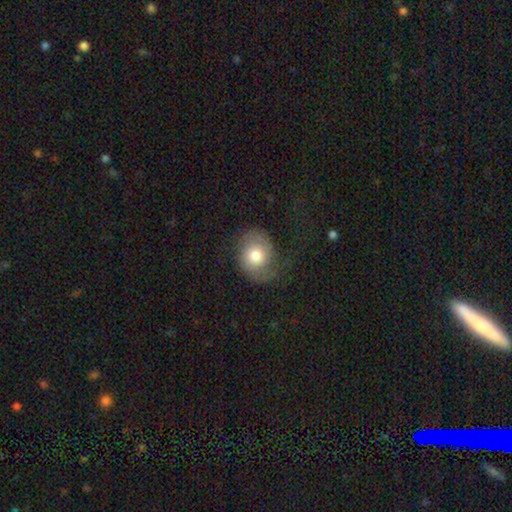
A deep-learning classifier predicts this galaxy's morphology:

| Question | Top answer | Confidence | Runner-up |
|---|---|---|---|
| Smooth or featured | smooth | 65% | featured or disk (26%) |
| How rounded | round | 58% | in between (41%) |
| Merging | none | 55% | minor disturbance (25%) |